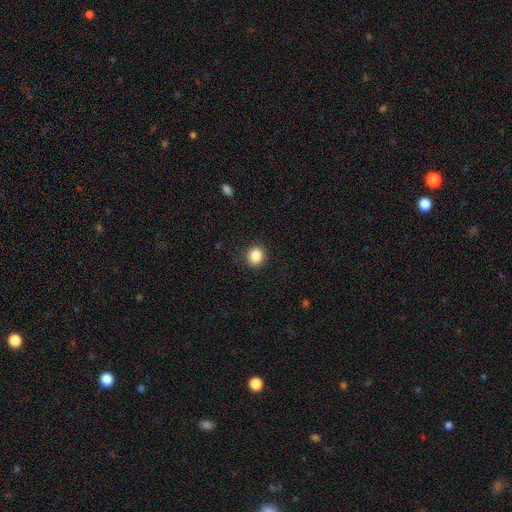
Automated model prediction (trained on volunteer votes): smooth 86%, star or artifact 10%, featured or disk 4%. Down the decision tree: how rounded — round (80%); merging — none (89%).